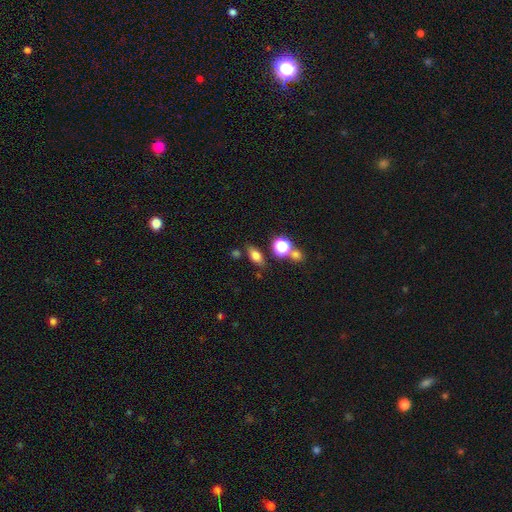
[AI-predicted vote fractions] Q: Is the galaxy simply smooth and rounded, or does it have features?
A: smooth — 75%.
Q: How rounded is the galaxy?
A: in between — 75%.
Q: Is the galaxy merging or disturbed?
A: none — 74%.